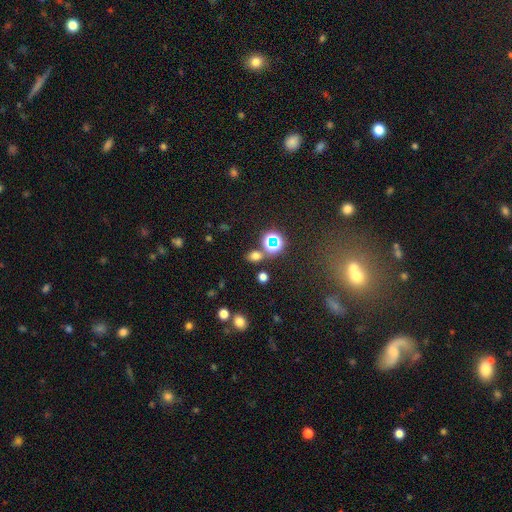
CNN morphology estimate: Smooth or featured? smooth (62%)
How rounded? in between (60%)
Merging? none (75%)